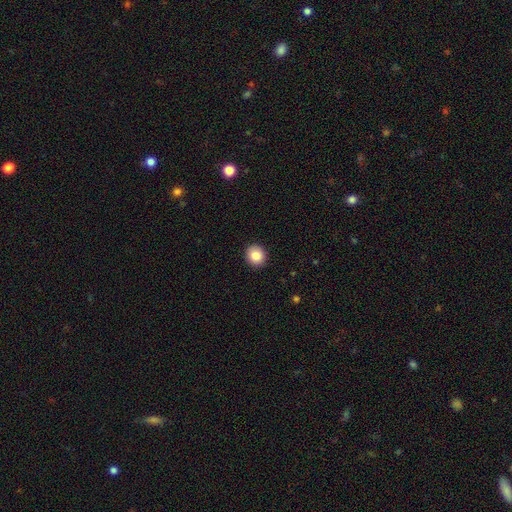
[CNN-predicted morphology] smooth-or-featured: smooth: 84% | star or artifact: 9% | featured or disk: 6%
  how-rounded: round: 84% | in between: 16% | cigar-shaped: 1%
  merging: none: 92% | minor disturbance: 5% | major disturbance: 2% | merger: 1%